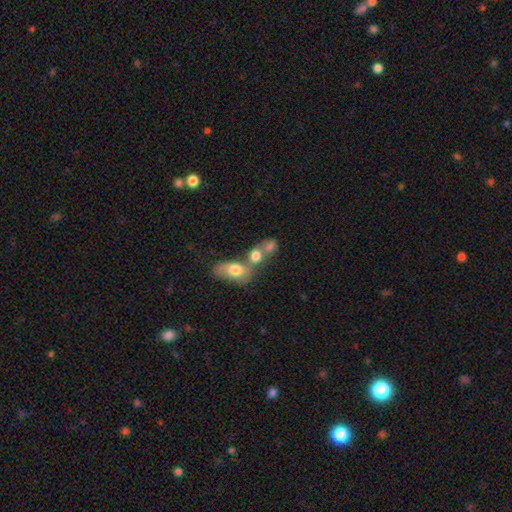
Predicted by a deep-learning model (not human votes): Overall: smooth (73%). How rounded: in between (66%; round 30%). Merging: merger (66%).